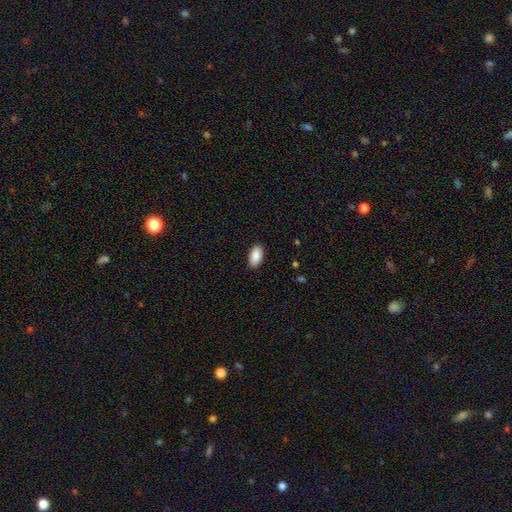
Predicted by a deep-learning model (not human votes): This appears to be a smooth galaxy with no disk features (90%) that is in between round and cigar-shaped (95%). Merging: none (90%).